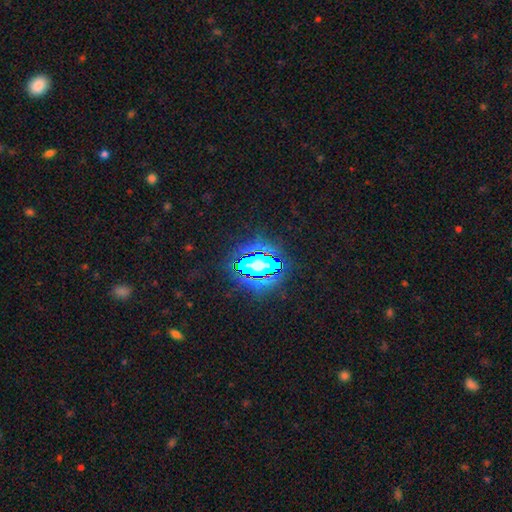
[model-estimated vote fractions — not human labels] Smooth or featured?
  - star or artifact: 81% *
  - smooth: 12%
  - featured or disk: 8%